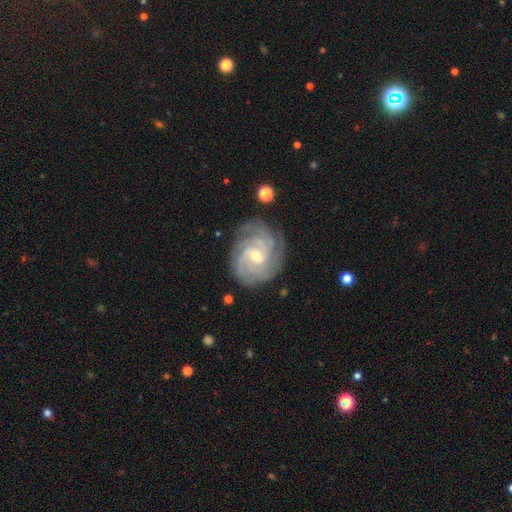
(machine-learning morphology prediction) featured or disk 88%, smooth 6%, star or artifact 5%. Down the decision tree: edge-on disk — no (98%); bar — weak (48%); spiral arms — yes (98%); spiral arm count — 4 (26%); spiral winding — tight (71%); bulge size — small (51%); merging — none (79%).